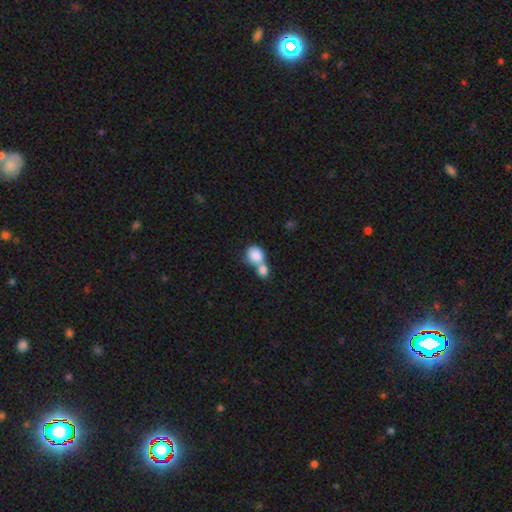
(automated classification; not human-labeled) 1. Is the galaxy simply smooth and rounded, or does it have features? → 83% smooth, 10% featured or disk, 8% star or artifact.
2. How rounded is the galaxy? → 70% round, 29% in between, 1% cigar-shaped.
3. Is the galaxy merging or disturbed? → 69% merger, 22% none, 6% minor disturbance, 4% major disturbance.